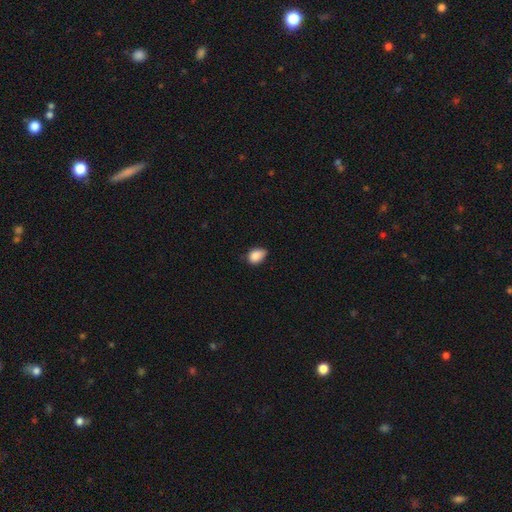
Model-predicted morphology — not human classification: A smooth galaxy with no disk features (87%) that is in between round and cigar-shaped (81%). Merging: none (61%).